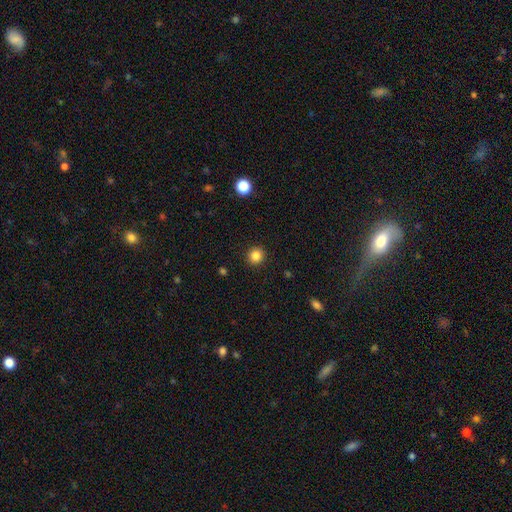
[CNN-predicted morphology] A smooth galaxy with no disk features (85%) that is round (91%). Merging: none (92%).